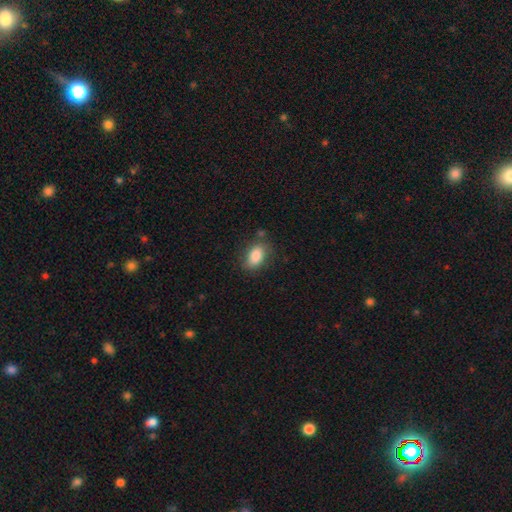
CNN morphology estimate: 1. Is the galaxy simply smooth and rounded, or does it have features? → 84% smooth, 8% featured or disk, 8% star or artifact.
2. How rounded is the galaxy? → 87% in between, 10% round, 3% cigar-shaped.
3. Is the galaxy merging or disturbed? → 76% none, 16% minor disturbance, 4% major disturbance, 4% merger.